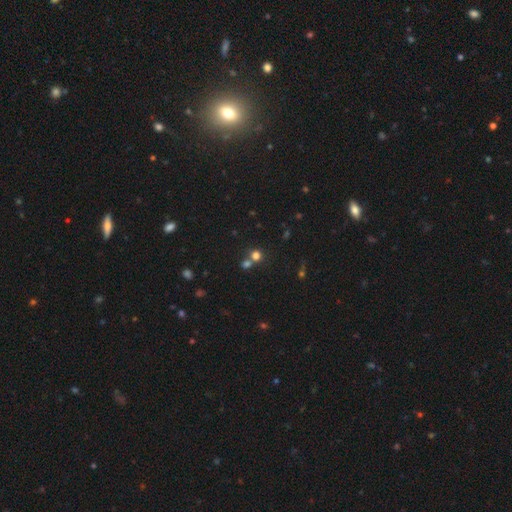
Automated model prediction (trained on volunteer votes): A smooth galaxy with no disk features (70%) that is round (89%). Merging: none (59%).